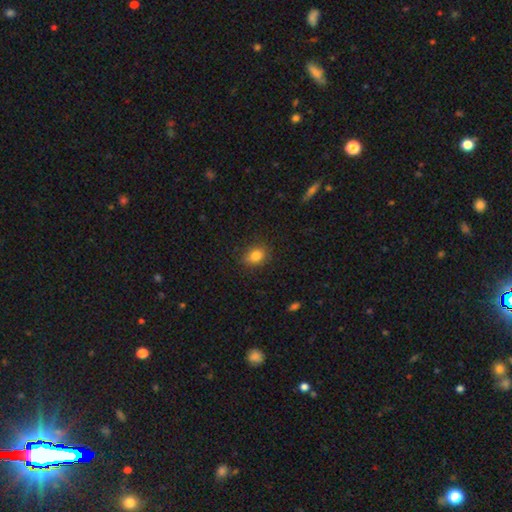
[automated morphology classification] smooth-or-featured: smooth: 83% | star or artifact: 10% | featured or disk: 7%
  how-rounded: in between: 62% | round: 37% | cigar-shaped: 1%
  merging: none: 85% | minor disturbance: 11% | major disturbance: 3% | merger: 1%